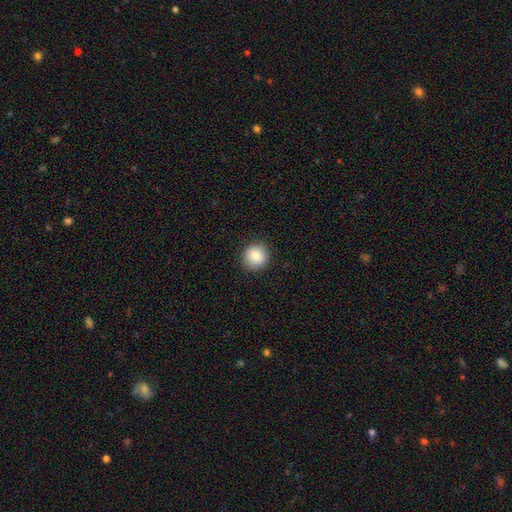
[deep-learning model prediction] smooth 83%, star or artifact 9%, featured or disk 8%. Down the decision tree: how rounded — round (93%); merging — none (90%).